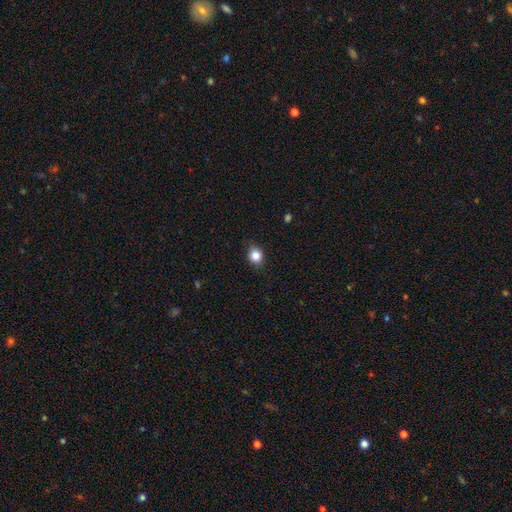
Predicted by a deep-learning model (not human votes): Q: Smooth or featured?
A: smooth (84%); runner-up: star or artifact (10%)
Q: How rounded?
A: round (69%); runner-up: in between (30%)
Q: Merging?
A: none (85%); runner-up: minor disturbance (12%)